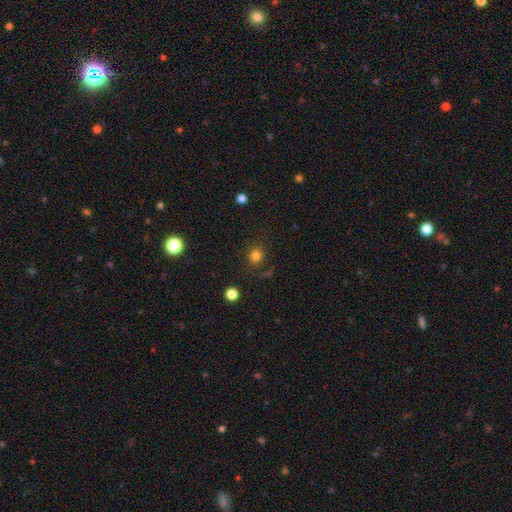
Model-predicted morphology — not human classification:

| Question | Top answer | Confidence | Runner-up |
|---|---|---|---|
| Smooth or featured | smooth | 80% | star or artifact (15%) |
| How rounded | round | 81% | in between (18%) |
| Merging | none | 81% | minor disturbance (11%) |